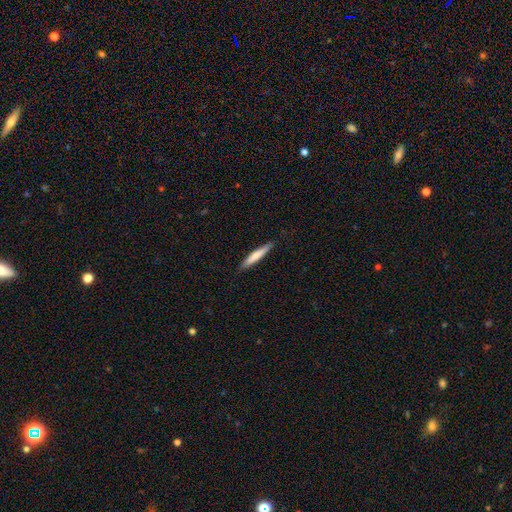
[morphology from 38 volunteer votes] smooth 74%, featured or disk 18%, star or artifact 8%. Down the decision tree: how rounded — cigar-shaped (96%); merging — none (91%).